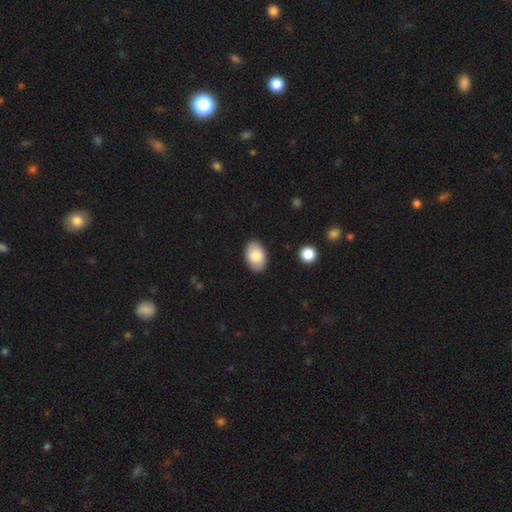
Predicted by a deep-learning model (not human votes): Smooth or featured?
  - smooth: 83% *
  - featured or disk: 10%
  - star or artifact: 6%
How rounded?
  - in between: 90% *
  - round: 9%
  - cigar-shaped: 1%
Merging?
  - none: 88% *
  - minor disturbance: 9%
  - major disturbance: 2%
  - merger: 1%